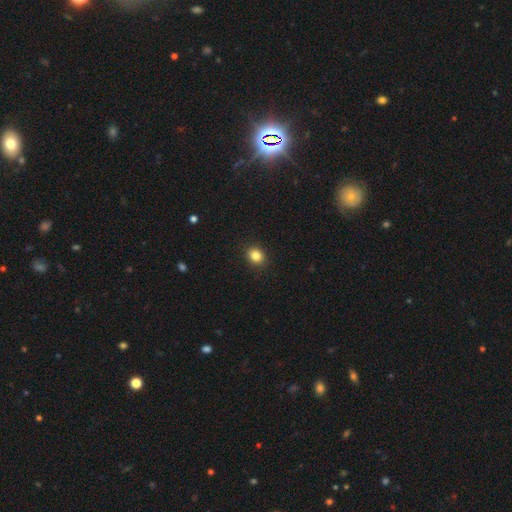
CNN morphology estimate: Smooth or featured: smooth — 85% (star or artifact — 11%)
How rounded: round — 68% (in between — 31%)
Merging: none — 91% (minor disturbance — 6%)